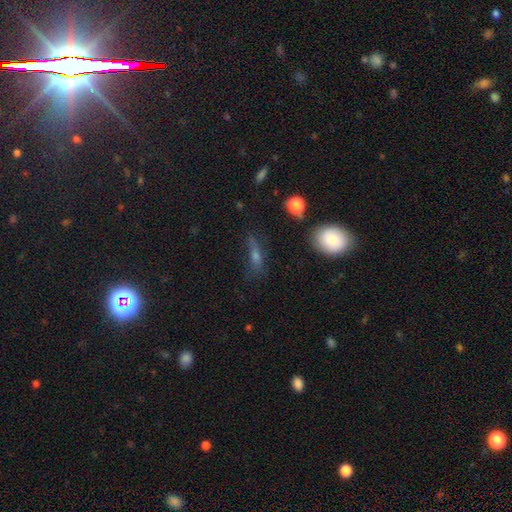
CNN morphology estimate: smooth-or-featured: smooth: 48% | featured or disk: 31% | star or artifact: 21%
  merging: none: 59% | minor disturbance: 22% | major disturbance: 15% | merger: 4%